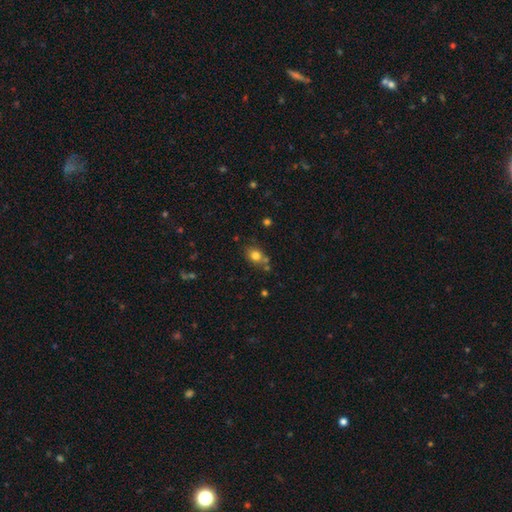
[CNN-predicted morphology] This appears to be a smooth galaxy with no disk features (77%) that is round (54%). Merging: none (63%).